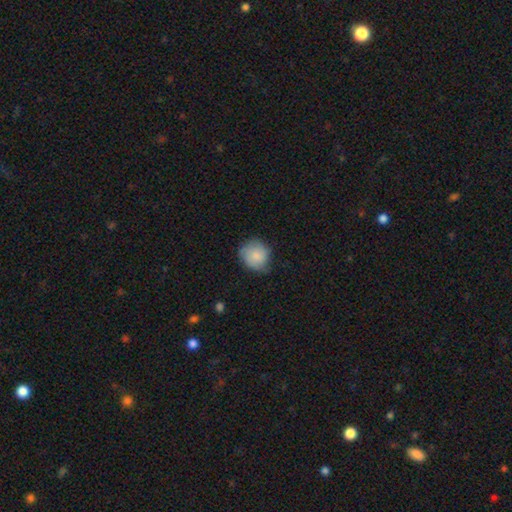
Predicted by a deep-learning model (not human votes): smooth_or_featured: smooth (p=0.80) [alt: featured or disk p=0.13]
how_rounded: round (p=0.84) [alt: in between p=0.15]
merging: none (p=0.64) [alt: minor disturbance p=0.29]